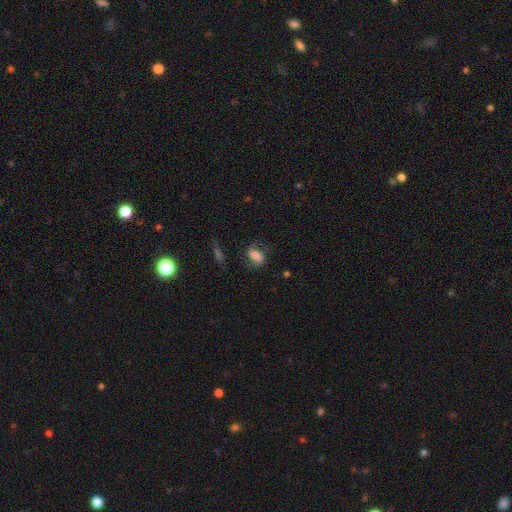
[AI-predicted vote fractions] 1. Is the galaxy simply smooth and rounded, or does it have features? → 49% featured or disk, 42% smooth, 10% star or artifact.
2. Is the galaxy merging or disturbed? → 60% none, 20% minor disturbance, 17% major disturbance, 2% merger.